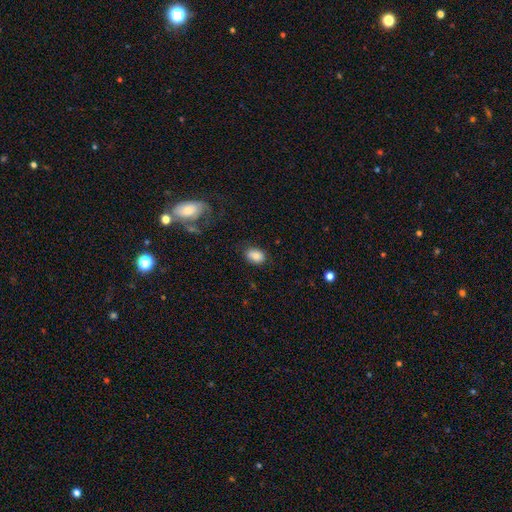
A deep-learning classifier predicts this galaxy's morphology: Overall: smooth (84%). How rounded: in between (81%). Merging: none (78%).